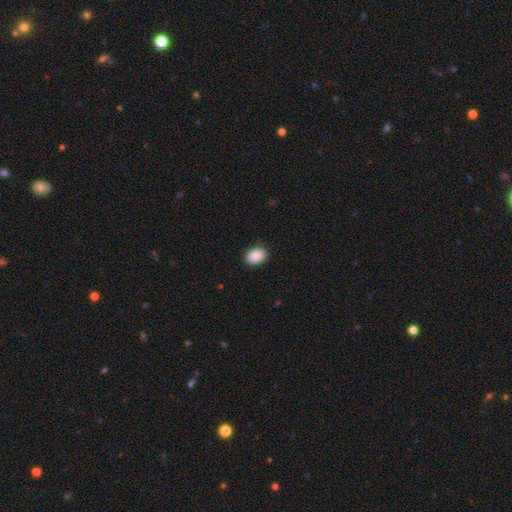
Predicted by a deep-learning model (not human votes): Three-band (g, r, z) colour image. It shows a smooth galaxy with no disk features (90%) that is in between round and cigar-shaped (69%). Merging: none (89%).